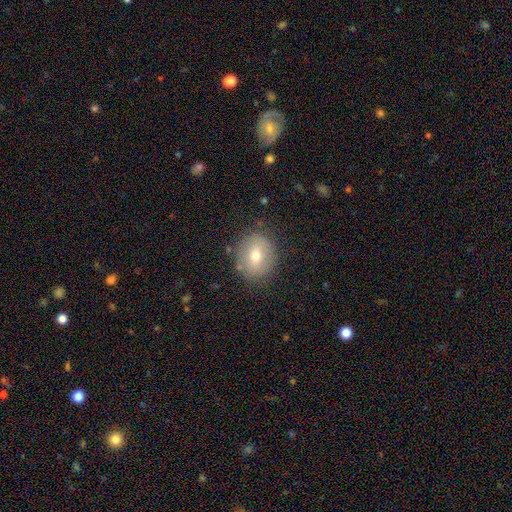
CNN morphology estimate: This appears to be a smooth galaxy with no disk features (63%) that is round (71%). Merging: none (82%).